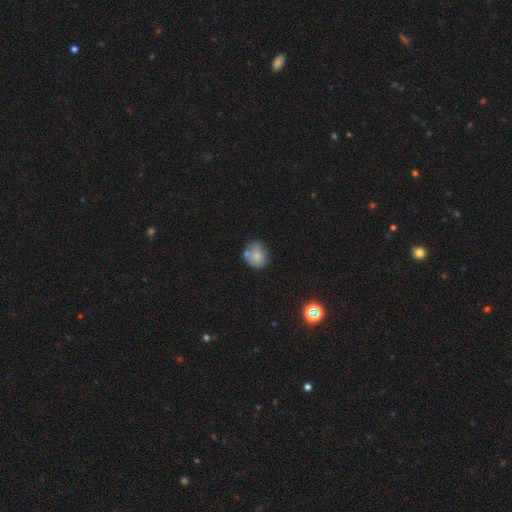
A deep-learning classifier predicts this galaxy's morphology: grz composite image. It shows a smooth galaxy with no disk features (70%) that is round (58%). Merging: none (53%).